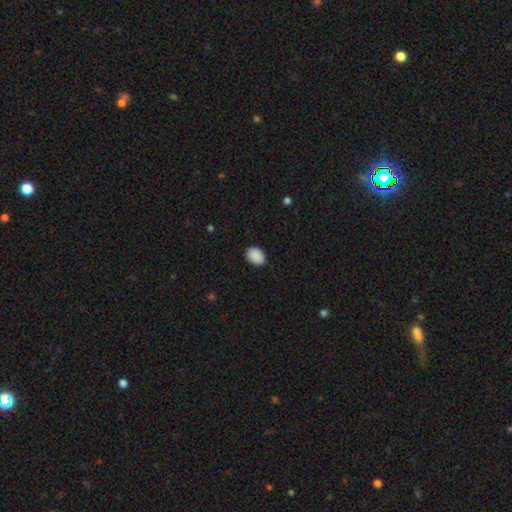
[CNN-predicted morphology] This appears to be a smooth galaxy with no disk features (91%) that is in between round and cigar-shaped (79%). Merging: none (87%).